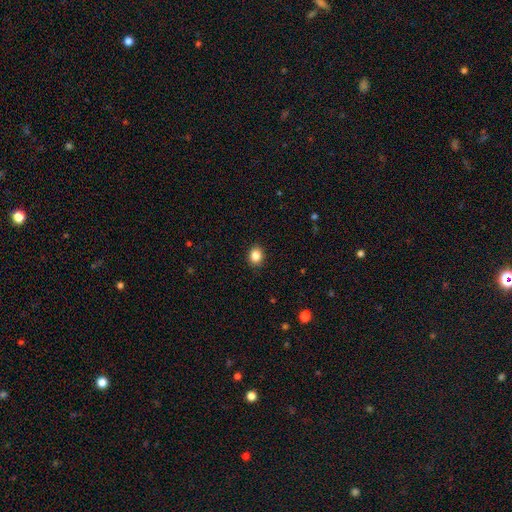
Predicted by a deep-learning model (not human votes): A smooth galaxy with no disk features (85%) that is round (64%). Merging: none (90%).